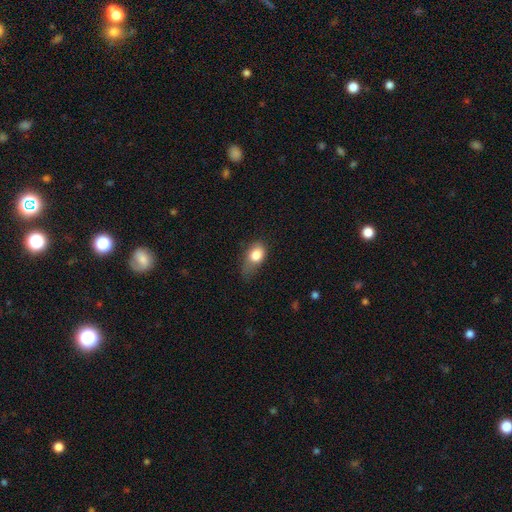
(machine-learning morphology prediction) Q: Smooth or featured?
A: smooth (81%); runner-up: featured or disk (11%)
Q: How rounded?
A: in between (75%); runner-up: round (22%)
Q: Merging?
A: minor disturbance (42%); runner-up: none (31%)